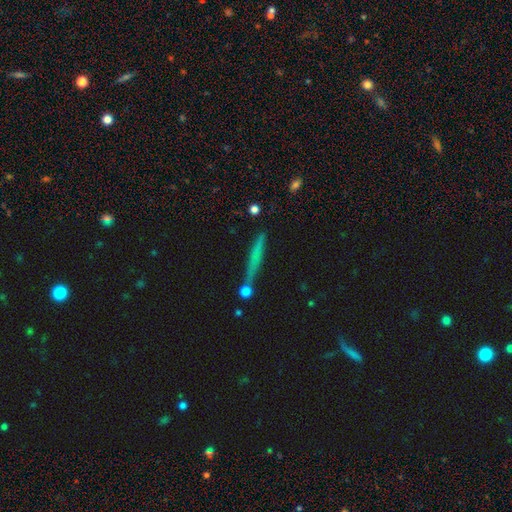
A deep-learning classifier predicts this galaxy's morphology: smooth_or_featured: smooth (p=0.52) [alt: featured or disk p=0.37]
how_rounded: cigar-shaped (p=0.93) [alt: in between p=0.04]
merging: none (p=0.78) [alt: minor disturbance p=0.12]